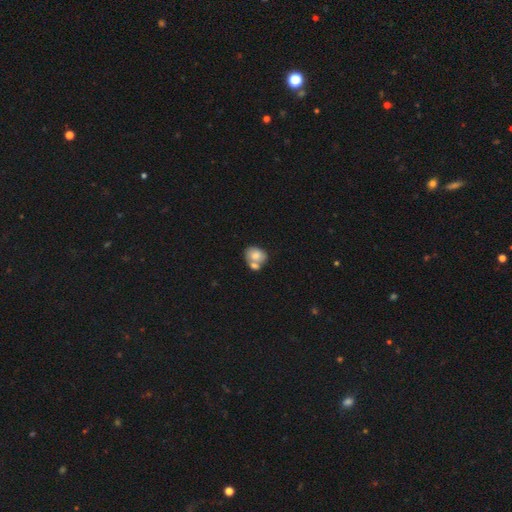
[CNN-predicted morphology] This is likely a smooth galaxy (75%). How rounded: possibly in between (55%). Merging: possibly merger (52%).